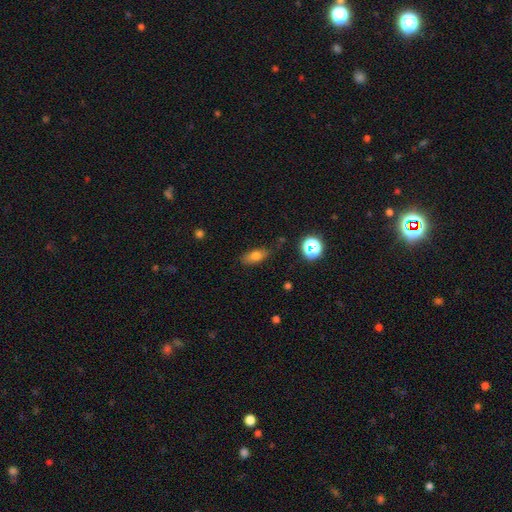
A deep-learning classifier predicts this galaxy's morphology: smooth_or_featured: smooth (p=0.74) [alt: featured or disk p=0.14]
how_rounded: in between (p=0.80) [alt: cigar-shaped p=0.11]
merging: none (p=0.78) [alt: minor disturbance p=0.16]